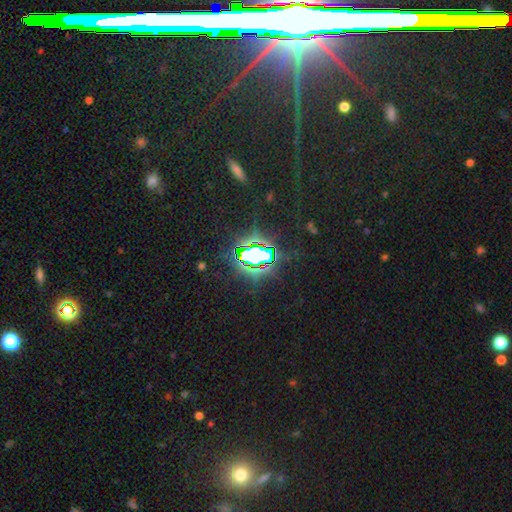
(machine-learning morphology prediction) A star or artifact, not a galaxy (76%).